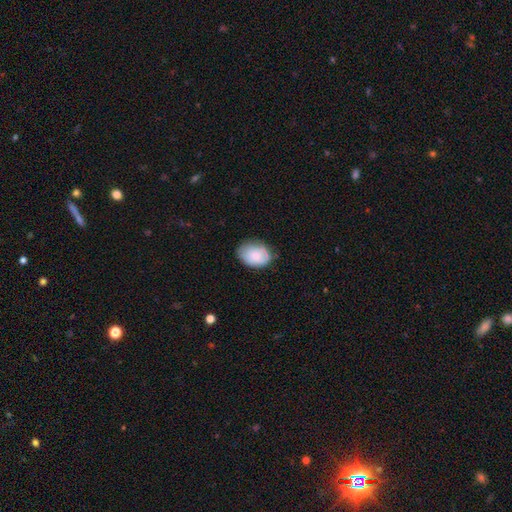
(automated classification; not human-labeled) A smooth galaxy with no disk features (79%) that is in between round and cigar-shaped (68%). Merging: none (67%).